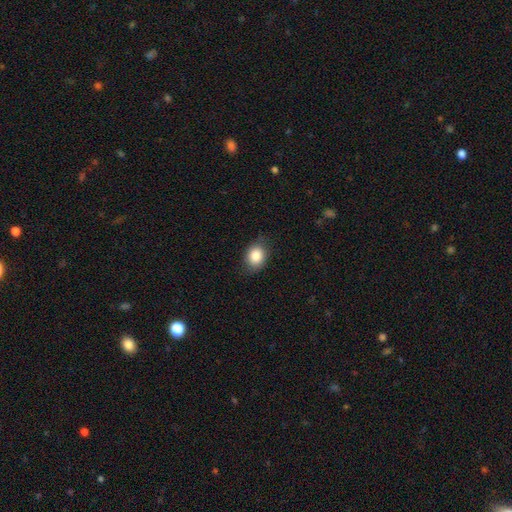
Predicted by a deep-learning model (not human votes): Smooth or featured?
  - smooth: 86% *
  - star or artifact: 8%
  - featured or disk: 6%
How rounded?
  - in between: 57% *
  - round: 42%
  - cigar-shaped: 1%
Merging?
  - none: 78% *
  - minor disturbance: 18%
  - major disturbance: 4%
  - merger: 1%